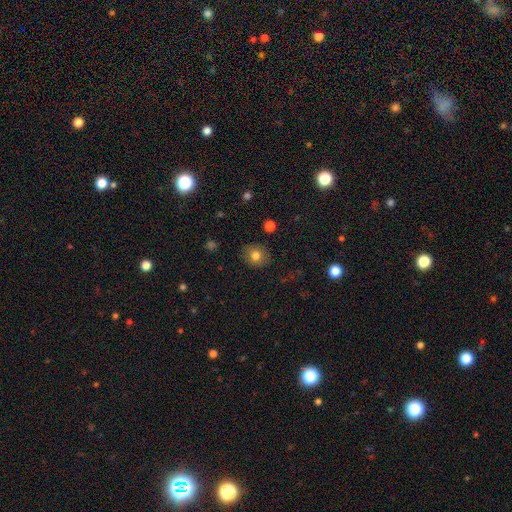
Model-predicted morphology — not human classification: Smooth or featured? smooth (79%)
How rounded? round (72%)
Merging? none (87%)